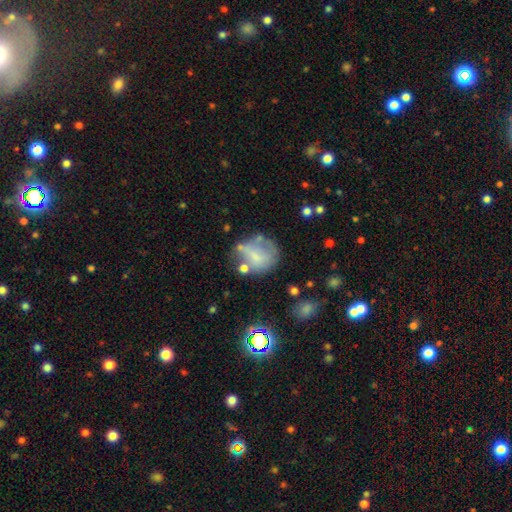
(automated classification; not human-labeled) smooth_or_featured: smooth (p=0.56) [alt: featured or disk p=0.31]
how_rounded: round (p=0.71) [alt: in between p=0.28]
merging: none (p=0.44) [alt: minor disturbance p=0.25]